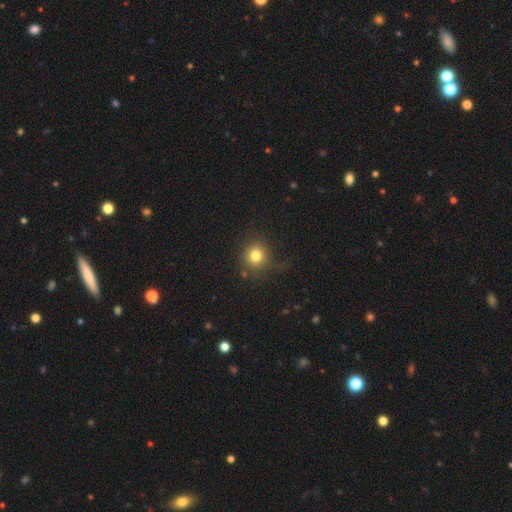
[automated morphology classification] Q: Smooth or featured?
A: smooth (79%); runner-up: star or artifact (13%)
Q: How rounded?
A: round (91%); runner-up: in between (8%)
Q: Merging?
A: none (76%); runner-up: minor disturbance (14%)